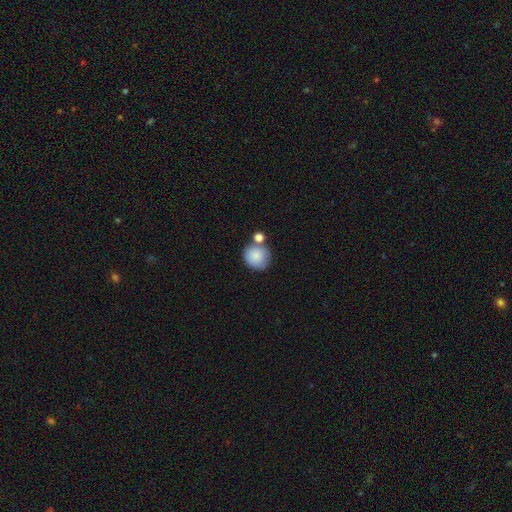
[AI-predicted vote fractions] Q: Smooth or featured?
A: smooth (85%); runner-up: featured or disk (7%)
Q: How rounded?
A: round (86%); runner-up: in between (13%)
Q: Merging?
A: none (59%); runner-up: merger (25%)